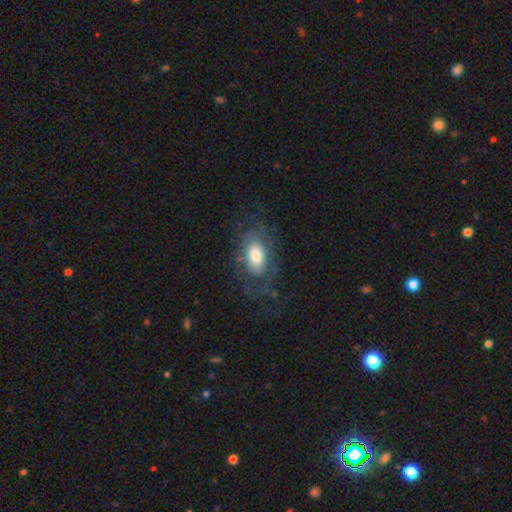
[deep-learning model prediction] smooth_or_featured: featured or disk (p=0.51) [alt: smooth p=0.42]
disk_edge_on: no (p=0.92) [alt: yes p=0.08]
merging: none (p=0.60) [alt: major disturbance p=0.20]